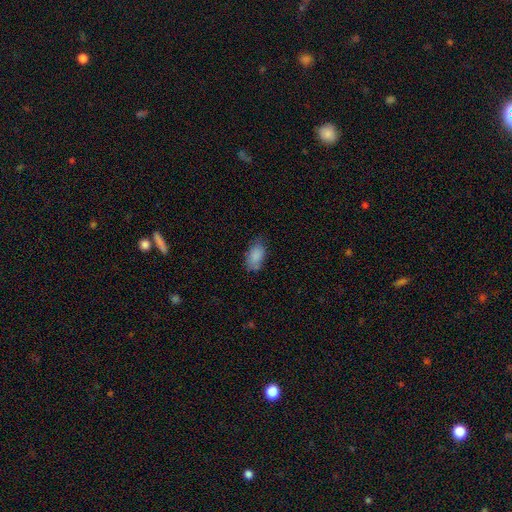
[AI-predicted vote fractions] Smooth or featured?
  - smooth: 85% *
  - star or artifact: 8%
  - featured or disk: 7%
How rounded?
  - in between: 92% *
  - round: 5%
  - cigar-shaped: 2%
Merging?
  - none: 66% *
  - minor disturbance: 26%
  - major disturbance: 7%
  - merger: 2%